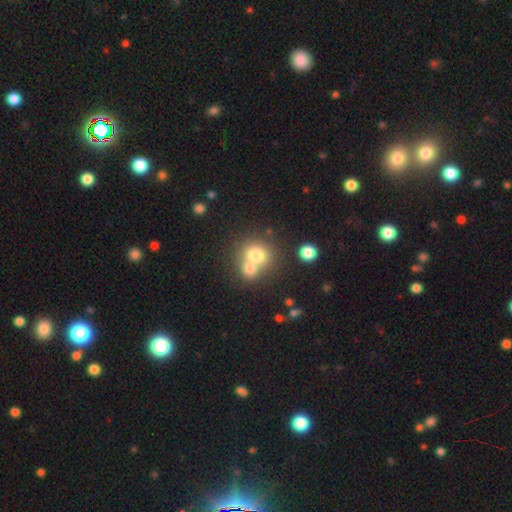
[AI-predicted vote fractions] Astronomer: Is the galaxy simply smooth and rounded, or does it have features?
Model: smooth — 73%.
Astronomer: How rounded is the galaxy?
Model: round — 76%.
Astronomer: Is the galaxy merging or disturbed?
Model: merger — 57% (runner-up: none, 33%).